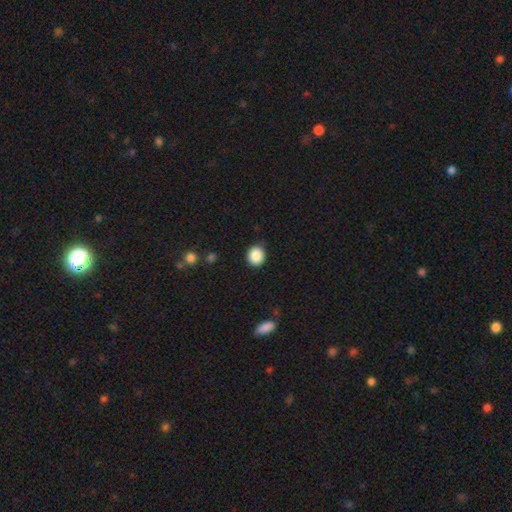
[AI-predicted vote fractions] Smooth or featured?
  - smooth: 88% *
  - star or artifact: 9%
  - featured or disk: 3%
How rounded?
  - round: 77% *
  - in between: 22%
  - cigar-shaped: 1%
Merging?
  - none: 88% *
  - minor disturbance: 9%
  - major disturbance: 2%
  - merger: 1%